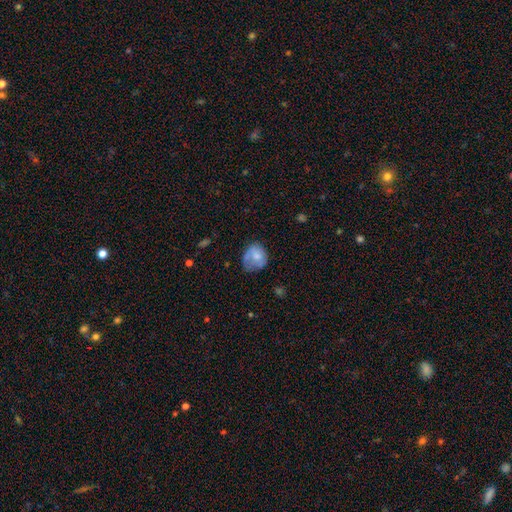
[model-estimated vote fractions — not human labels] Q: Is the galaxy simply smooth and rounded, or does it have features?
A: smooth — 67%.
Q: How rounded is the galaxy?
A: round — 61%.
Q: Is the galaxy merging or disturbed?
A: none — 48%.